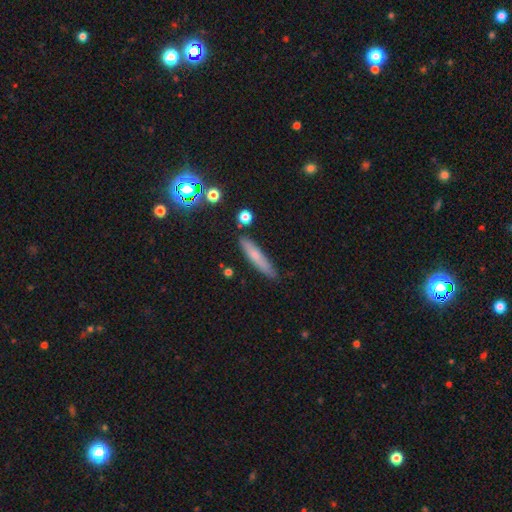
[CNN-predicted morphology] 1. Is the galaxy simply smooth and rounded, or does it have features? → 67% smooth, 23% featured or disk, 10% star or artifact.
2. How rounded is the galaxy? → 88% cigar-shaped, 10% in between, 2% round.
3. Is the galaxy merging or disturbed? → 83% none, 12% minor disturbance, 3% merger, 2% major disturbance.